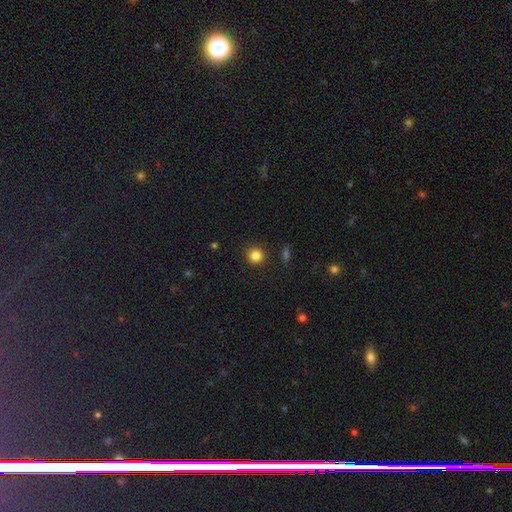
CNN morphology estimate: This is clearly a smooth galaxy (84%). How rounded: clearly round (91%). Merging: clearly none (91%).